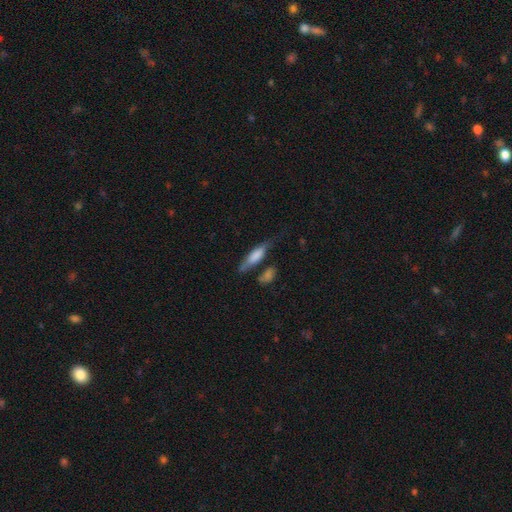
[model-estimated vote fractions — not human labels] Q: Smooth or featured?
A: smooth (68%); runner-up: featured or disk (25%)
Q: How rounded?
A: cigar-shaped (50%); runner-up: in between (47%)
Q: Merging?
A: none (48%); runner-up: minor disturbance (25%)